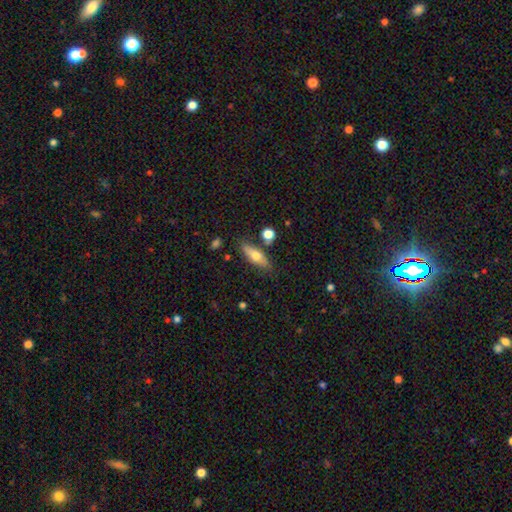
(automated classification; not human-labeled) A smooth galaxy with no disk features (62%) that is in between round and cigar-shaped (56%).

Vote fractions:
- Smooth or featured? smooth: 62% / featured or disk: 31% / star or artifact: 7%
- How rounded? in between: 56% / cigar-shaped: 40% / round: 4%
- Merging? none: 75% / minor disturbance: 15% / merger: 6% / major disturbance: 3%